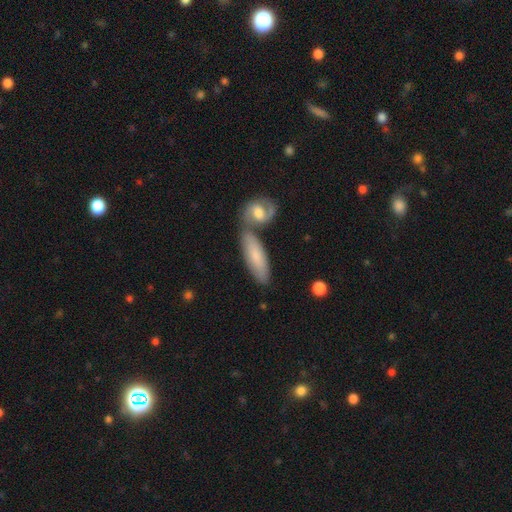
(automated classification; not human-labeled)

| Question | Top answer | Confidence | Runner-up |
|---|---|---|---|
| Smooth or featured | smooth | 66% | featured or disk (28%) |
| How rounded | in between | 59% | cigar-shaped (38%) |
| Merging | none | 52% | merger (32%) |